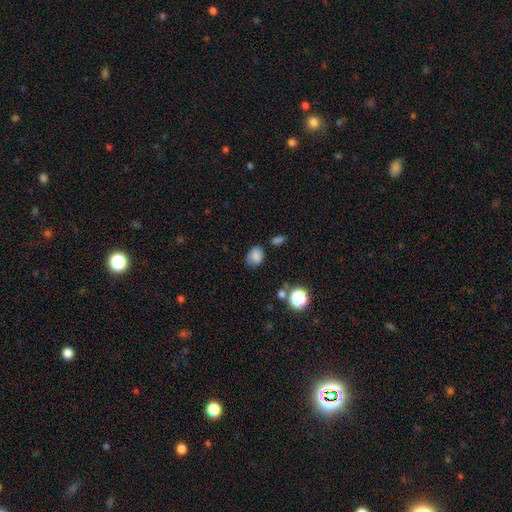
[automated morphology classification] This appears to be a smooth galaxy with no disk features (81%) that is in between round and cigar-shaped (60%). Merging: none (69%).